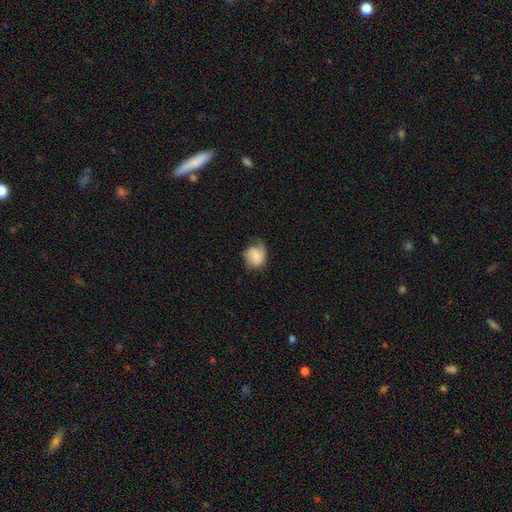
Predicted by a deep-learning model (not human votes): Q: Smooth or featured?
A: smooth (63%); runner-up: featured or disk (29%)
Q: How rounded?
A: round (61%); runner-up: in between (38%)
Q: Merging?
A: none (49%); runner-up: minor disturbance (33%)